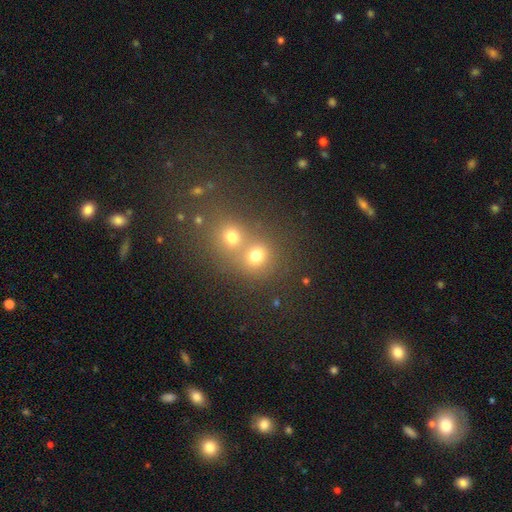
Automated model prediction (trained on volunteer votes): Overall: smooth (72%). How rounded: round (82%). Merging: merger (51%; none 40%).